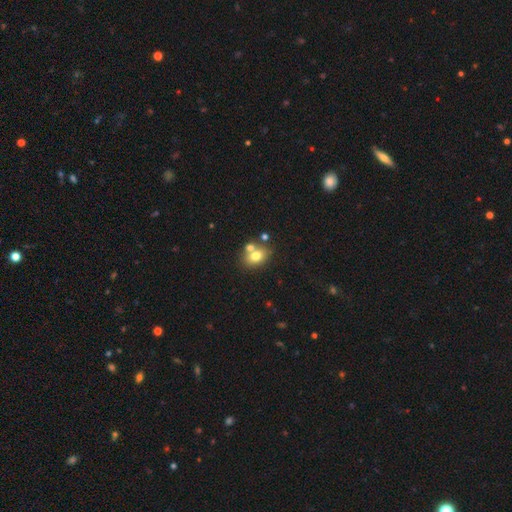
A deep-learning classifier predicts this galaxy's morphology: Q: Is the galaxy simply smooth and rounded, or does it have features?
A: smooth — 72%.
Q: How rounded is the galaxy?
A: in between — 65%.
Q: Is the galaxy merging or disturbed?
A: none — 57%.